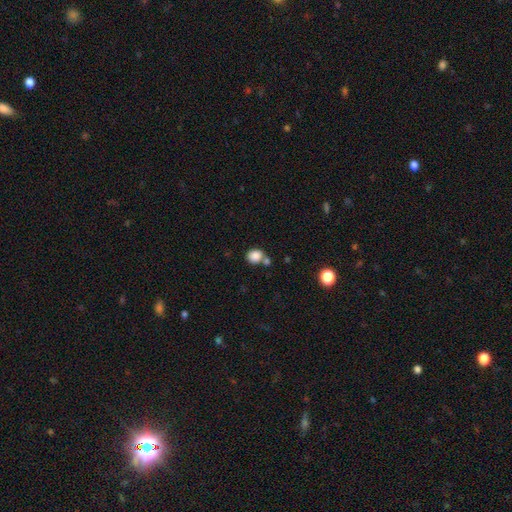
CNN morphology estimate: smooth-or-featured: smooth: 85% | star or artifact: 10% | featured or disk: 5%
  how-rounded: round: 68% | in between: 31% | cigar-shaped: 1%
  merging: none: 56% | merger: 27% | minor disturbance: 12% | major disturbance: 4%